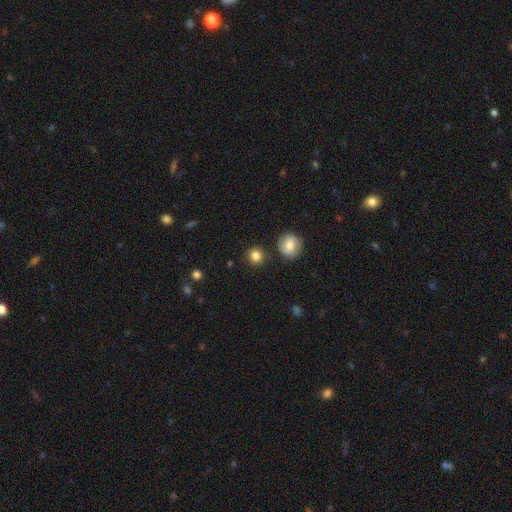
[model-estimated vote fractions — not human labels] Smooth or featured: smooth — 84% (star or artifact — 10%)
How rounded: round — 88% (in between — 11%)
Merging: none — 85% (minor disturbance — 9%)